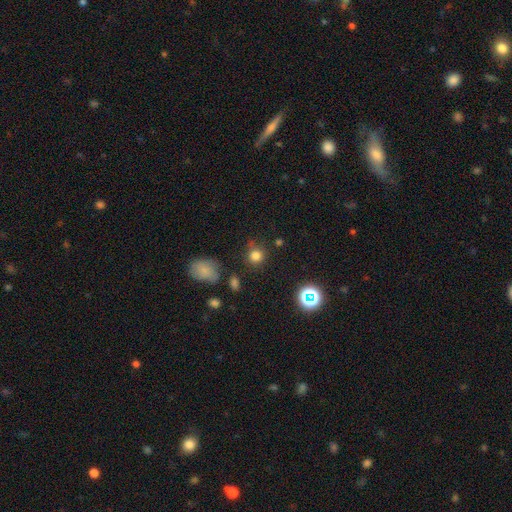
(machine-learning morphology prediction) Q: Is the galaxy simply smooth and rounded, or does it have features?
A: smooth — 78%.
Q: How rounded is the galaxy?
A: round — 87%.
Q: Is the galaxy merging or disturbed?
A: none — 75%.